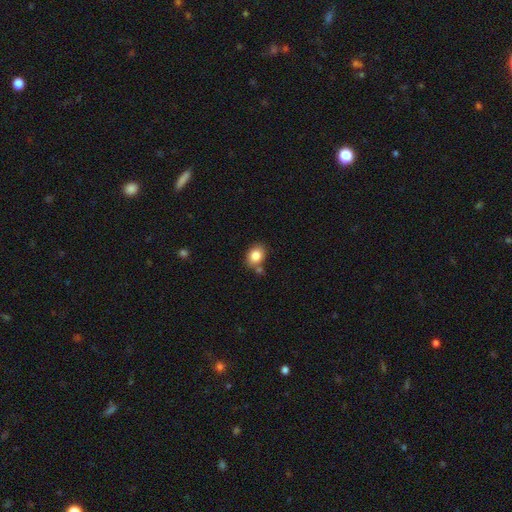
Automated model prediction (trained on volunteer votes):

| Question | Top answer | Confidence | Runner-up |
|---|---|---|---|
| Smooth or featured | smooth | 84% | star or artifact (9%) |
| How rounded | in between | 51% | round (48%) |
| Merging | none | 69% | minor disturbance (15%) |